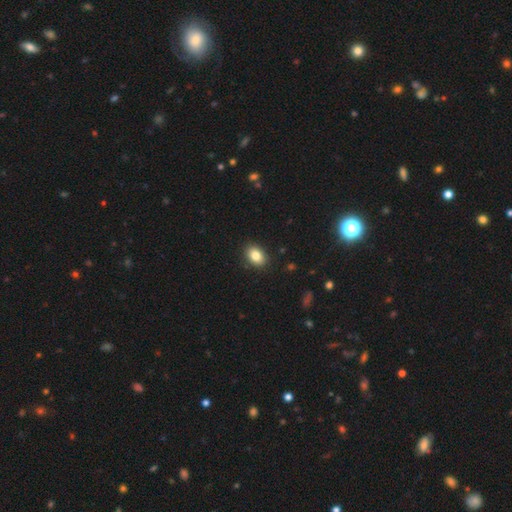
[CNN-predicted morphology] smooth-or-featured: smooth: 84% | star or artifact: 9% | featured or disk: 7%
  how-rounded: in between: 78% | round: 21% | cigar-shaped: 1%
  merging: none: 89% | minor disturbance: 8% | major disturbance: 2% | merger: 1%